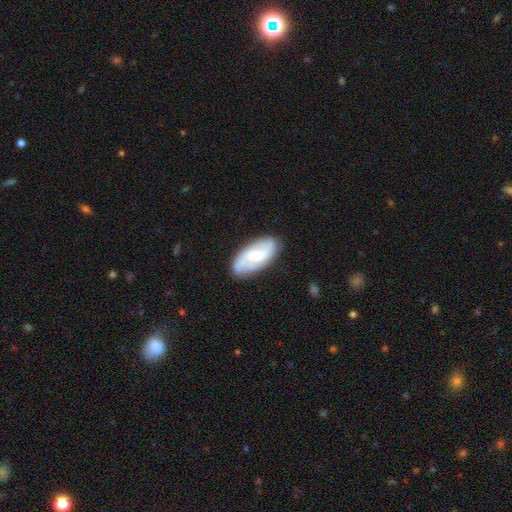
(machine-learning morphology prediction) Overall: featured or disk (60%; smooth 34%). Edge-on disk: no (94%). Bar: weak (49%; no 33%). Spiral arms: yes (83%). Bulge size: small (46%; moderate 39%). Merging: none (73%).